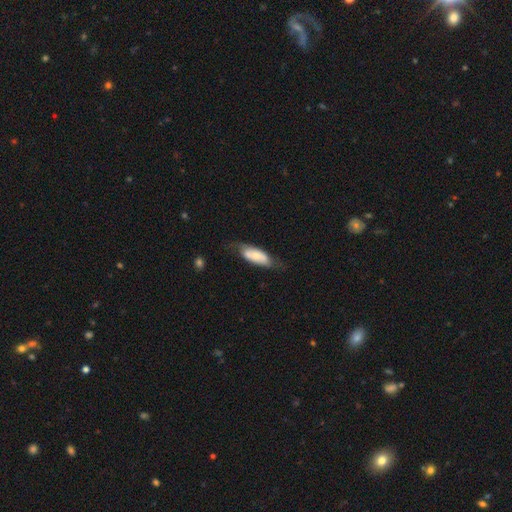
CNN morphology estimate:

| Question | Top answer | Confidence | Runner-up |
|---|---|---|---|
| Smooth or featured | smooth | 59% | featured or disk (35%) |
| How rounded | in between | 74% | cigar-shaped (24%) |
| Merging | none | 59% | minor disturbance (27%) |